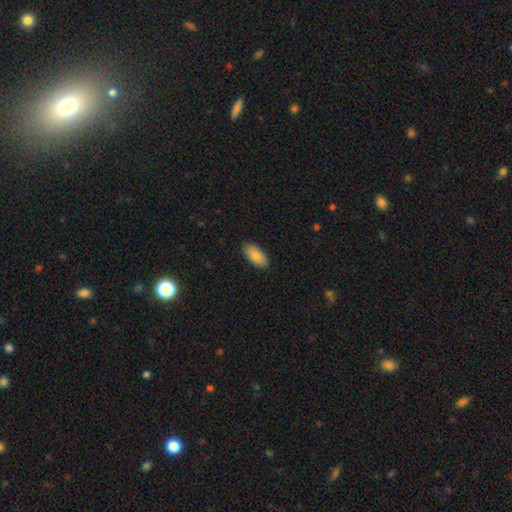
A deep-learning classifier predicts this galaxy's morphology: type=smooth (87%); roundness=in between (92%); merging=none (87%).